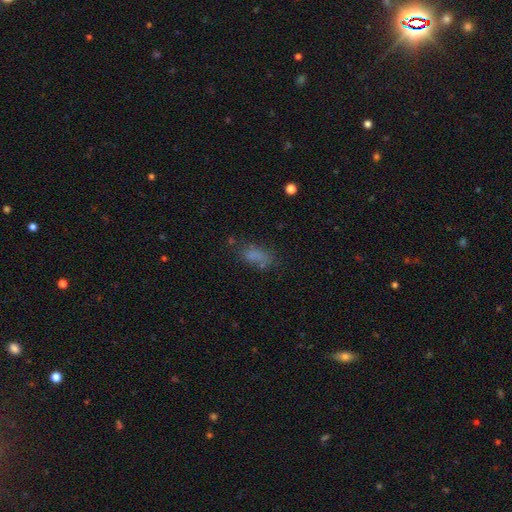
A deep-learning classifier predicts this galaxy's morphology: The model was most divided on "merging": none: 59%, minor disturbance: 21%, major disturbance: 13%, merger: 7%. More confident: how rounded — in between (80%); smooth or featured — smooth (72%).